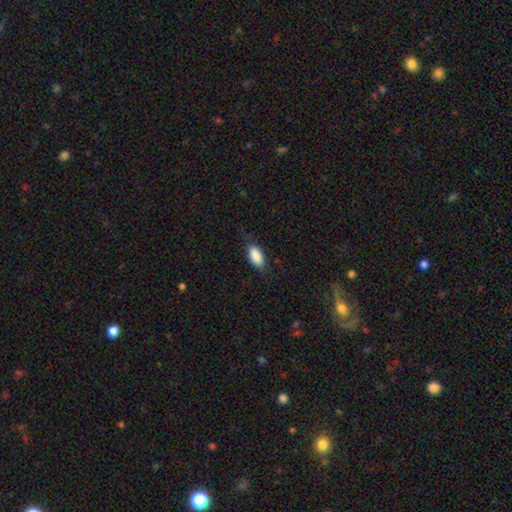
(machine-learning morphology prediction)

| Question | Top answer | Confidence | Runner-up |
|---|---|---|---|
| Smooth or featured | smooth | 88% | star or artifact (6%) |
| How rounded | in between | 90% | cigar-shaped (7%) |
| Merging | none | 77% | minor disturbance (17%) |